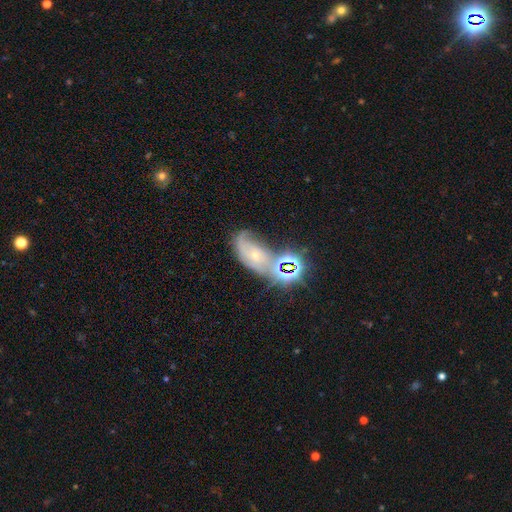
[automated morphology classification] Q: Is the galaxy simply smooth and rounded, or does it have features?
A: featured or disk — 53%.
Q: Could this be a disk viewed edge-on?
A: no — 93%.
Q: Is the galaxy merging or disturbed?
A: none — 37%.